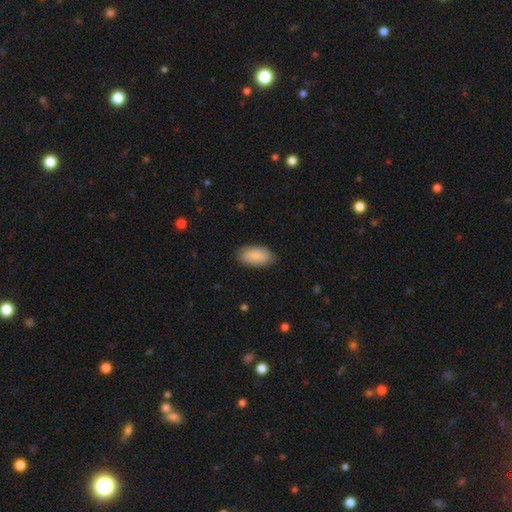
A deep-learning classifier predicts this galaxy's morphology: This is clearly a smooth galaxy (87%). How rounded: clearly in between (94%). Merging: clearly none (83%).